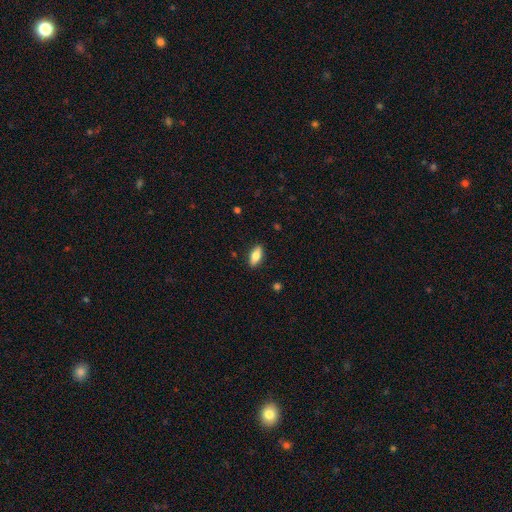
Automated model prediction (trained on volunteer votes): The model was most divided on "smooth or featured": smooth: 76%, featured or disk: 17%, star or artifact: 7%. More confident: merging — none (89%); how rounded — in between (82%).